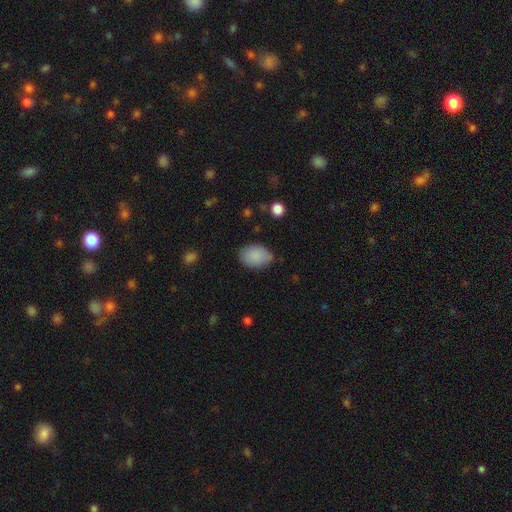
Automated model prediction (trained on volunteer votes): Smooth or featured? Predicted: smooth (p=0.88). How rounded? Predicted: in between (p=0.82). Merging? Predicted: none (p=0.73).